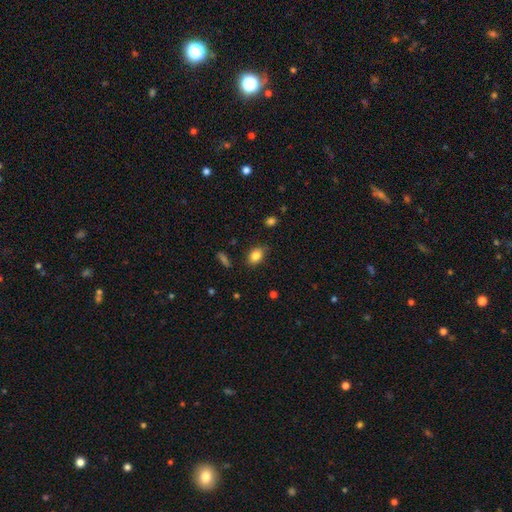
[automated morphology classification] This appears to be a smooth galaxy with no disk features (83%) that is in between round and cigar-shaped (78%). Merging: none (81%).